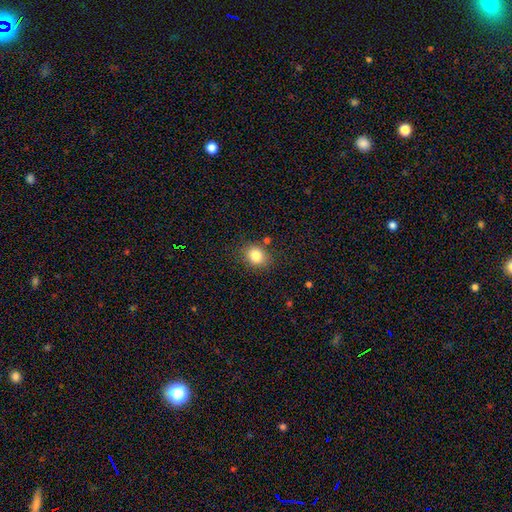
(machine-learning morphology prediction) A smooth galaxy with no disk features (82%) that is round (55%). Merging: none (81%).